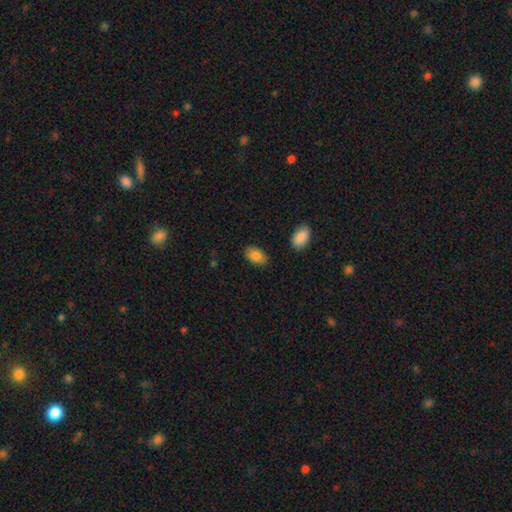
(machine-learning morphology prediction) type=smooth (86%); roundness=in between (91%); merging=none (83%).